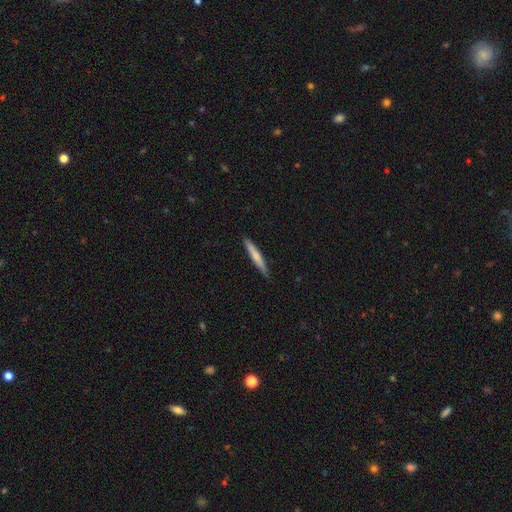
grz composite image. It shows a smooth galaxy with no disk features (63%) that is cigar-shaped (92%). Merging: none (89%).